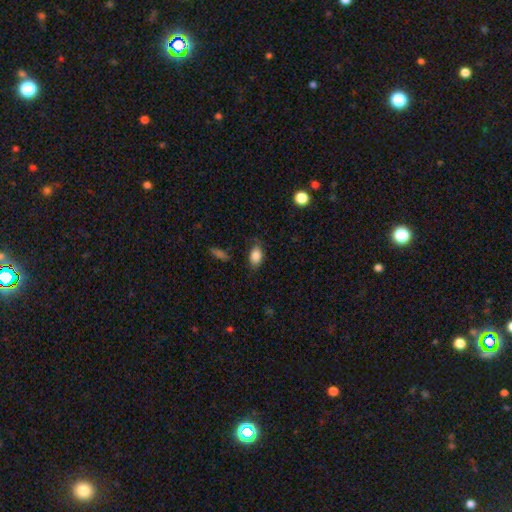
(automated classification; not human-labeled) Smooth or featured?
  - smooth: 85% *
  - star or artifact: 8%
  - featured or disk: 7%
How rounded?
  - in between: 88% *
  - round: 10%
  - cigar-shaped: 2%
Merging?
  - none: 72% *
  - minor disturbance: 21%
  - major disturbance: 5%
  - merger: 2%